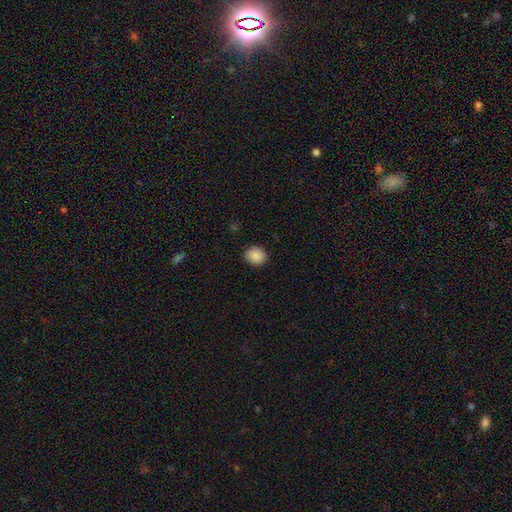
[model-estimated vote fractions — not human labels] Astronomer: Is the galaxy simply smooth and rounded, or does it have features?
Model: smooth — 89%.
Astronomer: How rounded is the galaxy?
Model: round — 69%.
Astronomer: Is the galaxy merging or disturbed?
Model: none — 89%.